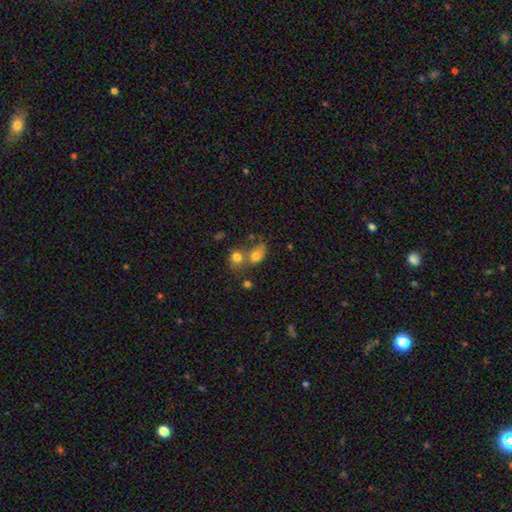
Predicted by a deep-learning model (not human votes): The model was most divided on "merging": merger: 47%, none: 29%, minor disturbance: 14%, major disturbance: 10%. More confident: smooth or featured — smooth (75%); how rounded — in between (67%).